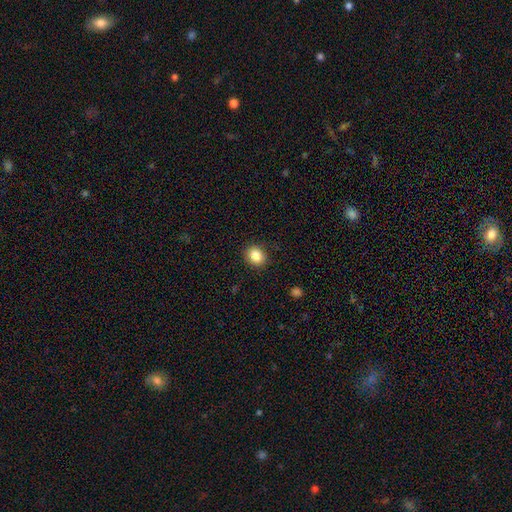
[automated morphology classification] A smooth galaxy with no disk features (85%) that is round (70%). Merging: none (90%).